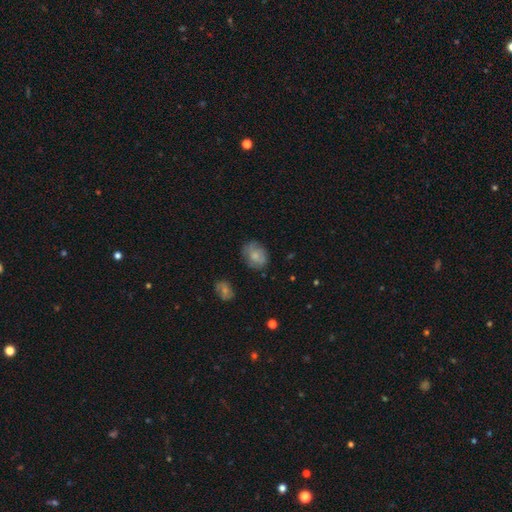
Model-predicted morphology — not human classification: This is likely a smooth galaxy (66%). How rounded: possibly in between (52%). Merging: likely none (63%).